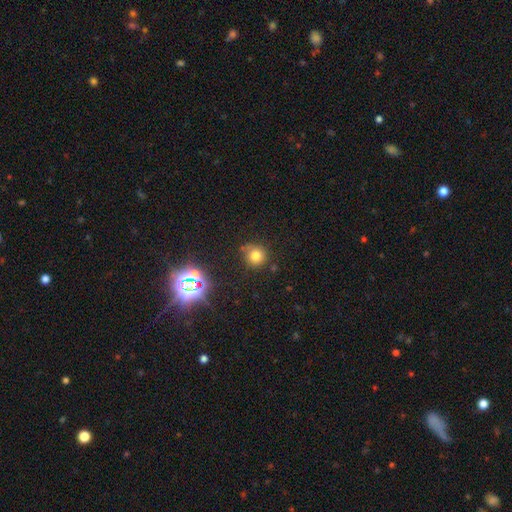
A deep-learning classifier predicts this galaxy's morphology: smooth 74%, star or artifact 18%, featured or disk 8%. Down the decision tree: how rounded — round (90%); merging — none (74%).